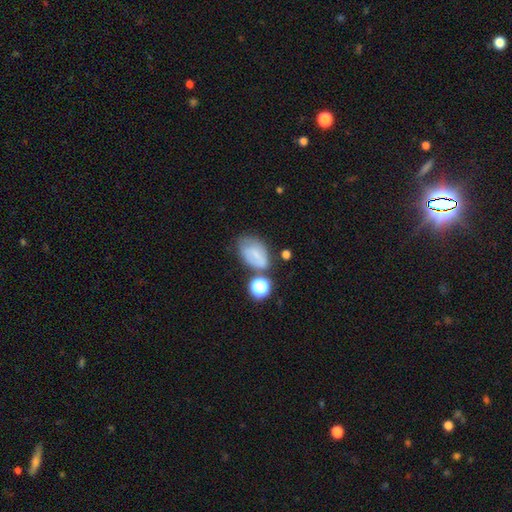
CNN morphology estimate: smooth-or-featured: smooth: 62% | featured or disk: 24% | star or artifact: 13%
  how-rounded: in between: 83% | round: 15% | cigar-shaped: 2%
  merging: none: 49% | minor disturbance: 27% | merger: 12% | major disturbance: 12%